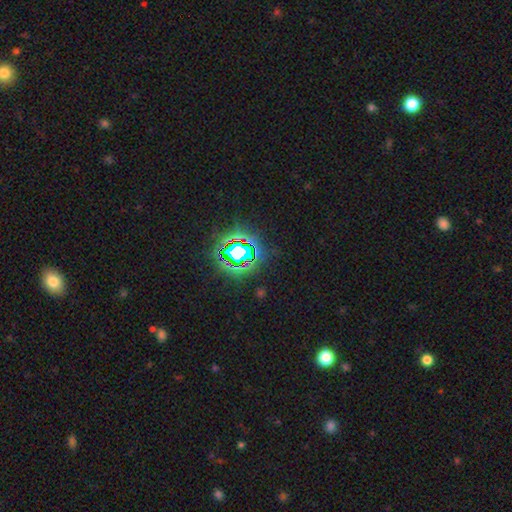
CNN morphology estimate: Smooth or featured?
  - star or artifact: 82% *
  - smooth: 11%
  - featured or disk: 7%